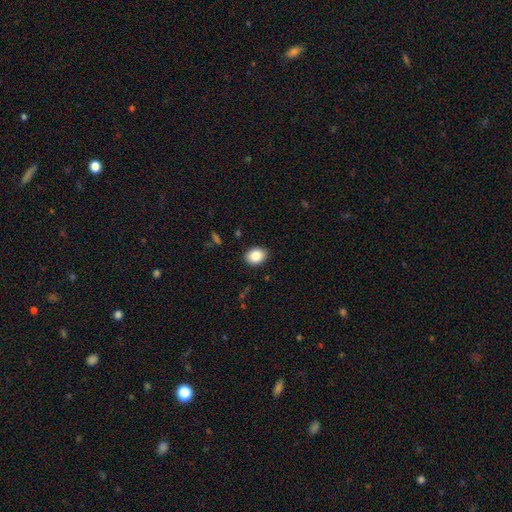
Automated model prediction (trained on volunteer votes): The model was most divided on "how rounded": in between: 59%, round: 40%, cigar-shaped: 1%. More confident: merging — none (88%); smooth or featured — smooth (87%).